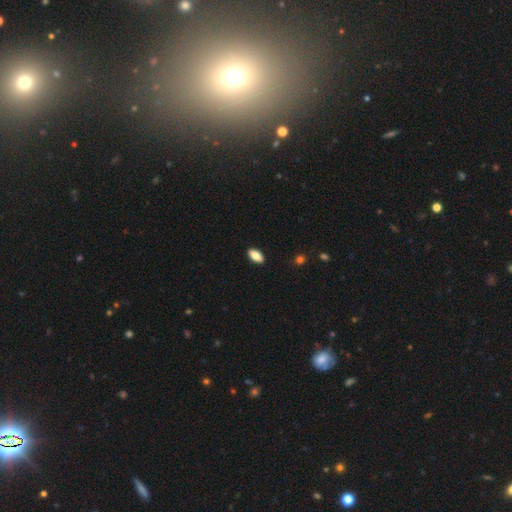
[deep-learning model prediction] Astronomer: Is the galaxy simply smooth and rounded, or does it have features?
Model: smooth — 83%.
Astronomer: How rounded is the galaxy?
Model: in between — 91%.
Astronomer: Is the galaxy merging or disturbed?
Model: none — 90%.